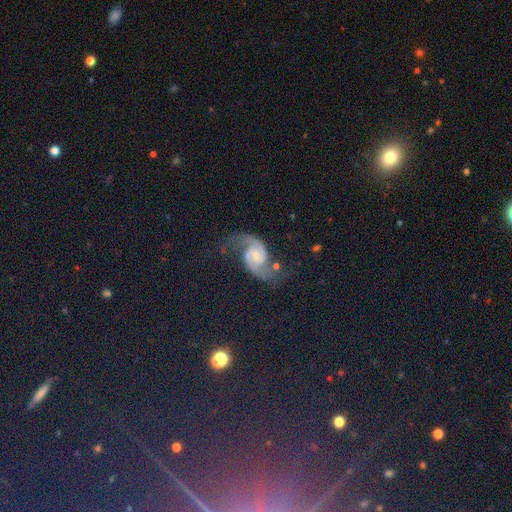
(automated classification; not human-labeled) A featured or disk galaxy (86%) with no bar (61%), 2 (94%) medium (48%) spiral arms (97%) and a small central bulge (50%). Merging: none (64%).